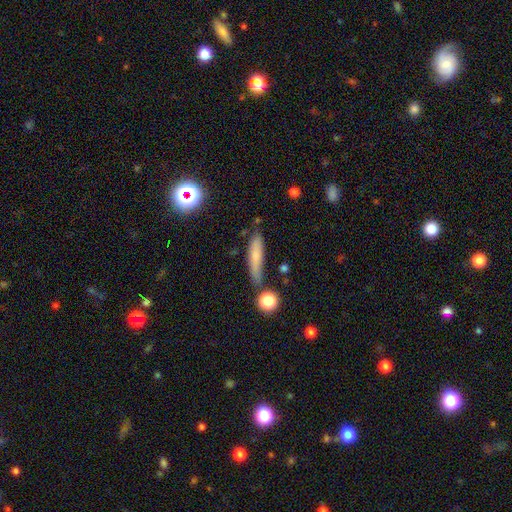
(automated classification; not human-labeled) This is likely a smooth galaxy (72%). How rounded: clearly cigar-shaped (83%). Merging: likely none (72%).